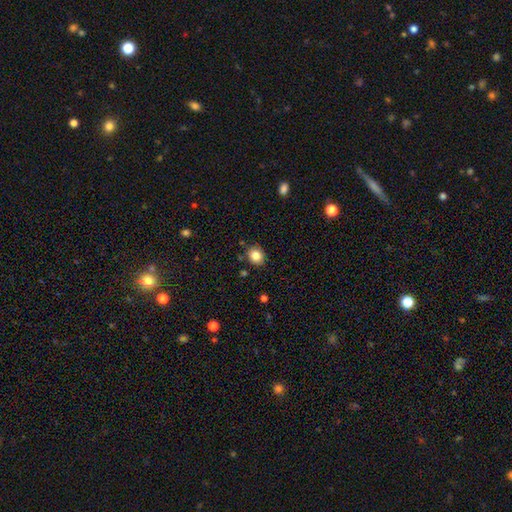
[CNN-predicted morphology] A smooth galaxy with no disk features (83%) that is round (66%). Merging: none (85%).